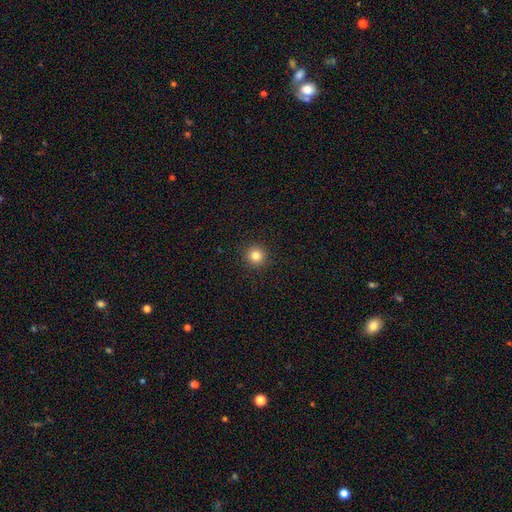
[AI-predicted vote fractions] smooth_or_featured: smooth (p=0.83) [alt: star or artifact p=0.12]
how_rounded: round (p=0.95) [alt: in between p=0.04]
merging: none (p=0.93) [alt: minor disturbance p=0.04]